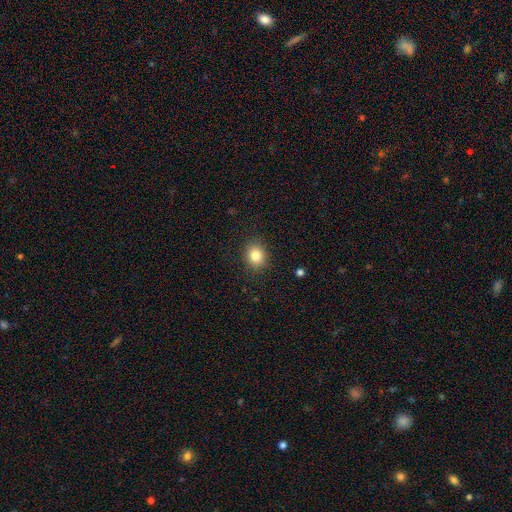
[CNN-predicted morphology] Q: Smooth or featured?
A: smooth (83%); runner-up: star or artifact (10%)
Q: How rounded?
A: round (62%); runner-up: in between (37%)
Q: Merging?
A: none (88%); runner-up: minor disturbance (8%)